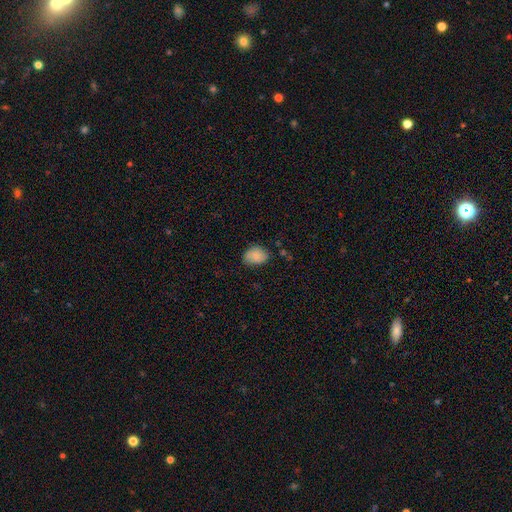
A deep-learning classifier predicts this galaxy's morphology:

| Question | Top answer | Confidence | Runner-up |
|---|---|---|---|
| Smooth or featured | smooth | 84% | featured or disk (8%) |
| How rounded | in between | 72% | round (27%) |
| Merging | none | 73% | minor disturbance (21%) |